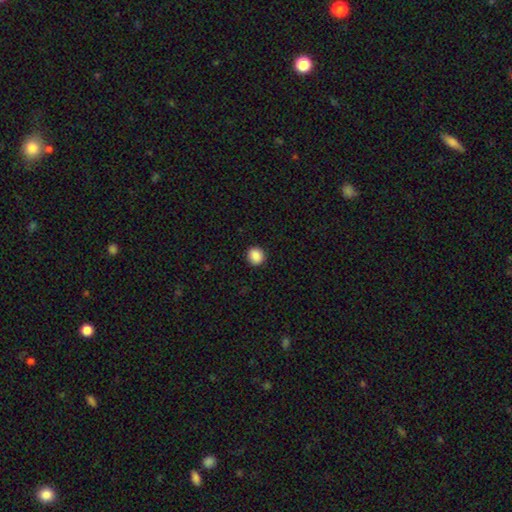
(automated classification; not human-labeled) smooth_or_featured: smooth (p=0.89) [alt: star or artifact p=0.09]
how_rounded: round (p=0.88) [alt: in between p=0.11]
merging: none (p=0.92) [alt: minor disturbance p=0.05]